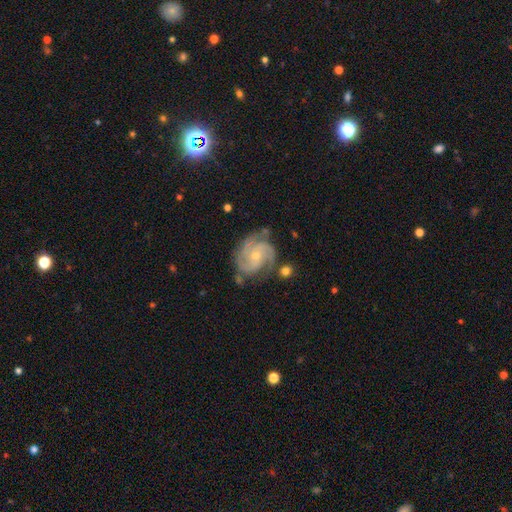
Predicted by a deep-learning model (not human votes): The model was most divided on "spiral winding": tight: 53%, medium: 41%, loose: 6%. More confident: edge-on disk — no (98%); spiral arms — yes (98%); smooth or featured — featured or disk (90%); bar — no (69%); merging — none (68%); bulge size — small (68%); spiral arm count — 3 (56%).